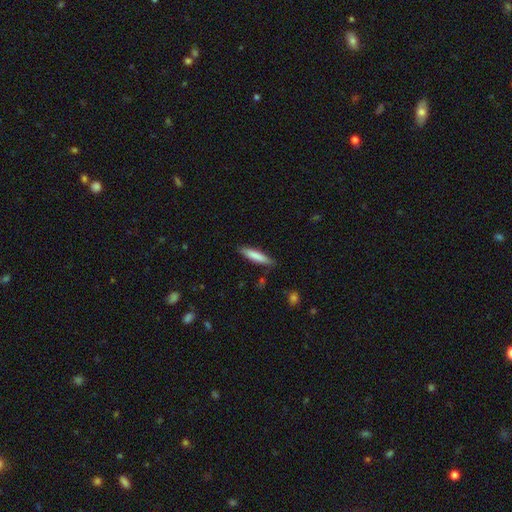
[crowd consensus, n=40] A smooth galaxy with no disk features (90%) that is cigar-shaped (86%). Merging: none (92%).